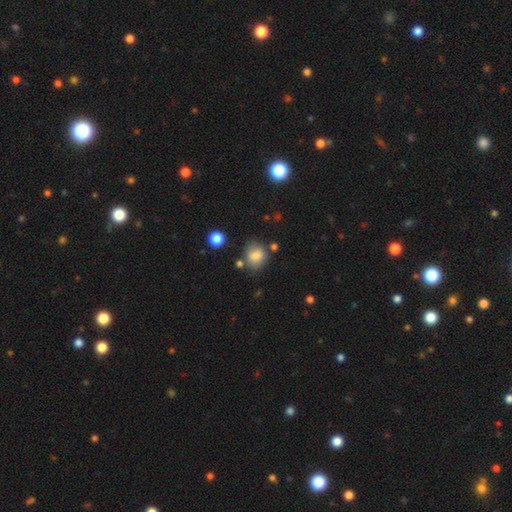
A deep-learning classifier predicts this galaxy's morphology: Q: Smooth or featured?
A: smooth (77%); runner-up: featured or disk (12%)
Q: How rounded?
A: round (67%); runner-up: in between (32%)
Q: Merging?
A: none (64%); runner-up: minor disturbance (21%)